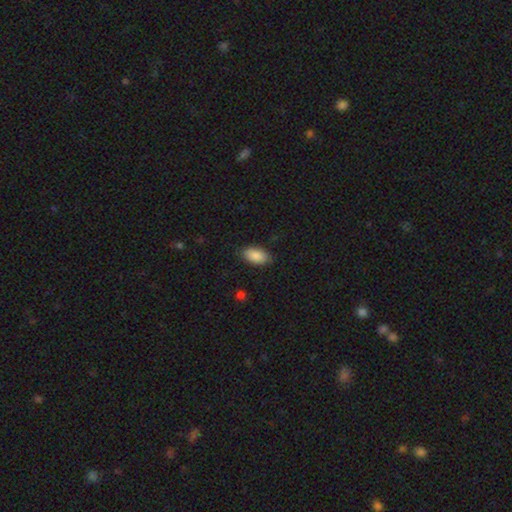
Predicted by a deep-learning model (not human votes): A smooth galaxy with no disk features (88%) that is in between round and cigar-shaped (93%).

Vote fractions:
- Smooth or featured? smooth: 88% / star or artifact: 6% / featured or disk: 5%
- How rounded? in between: 93% / cigar-shaped: 4% / round: 3%
- Merging? none: 86% / minor disturbance: 11% / major disturbance: 2% / merger: 1%